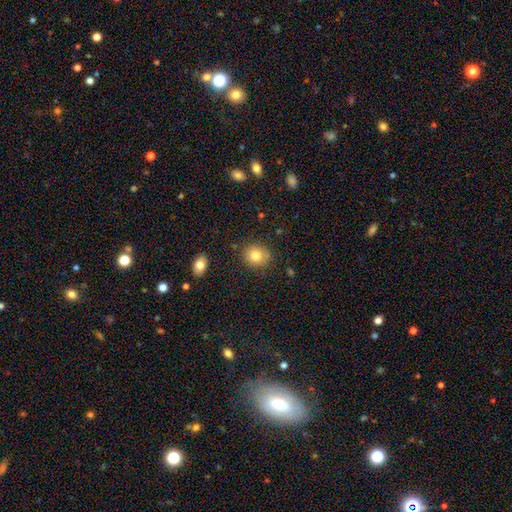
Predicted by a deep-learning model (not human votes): smooth_or_featured: smooth (p=0.81) [alt: star or artifact p=0.10]
how_rounded: round (p=0.78) [alt: in between p=0.21]
merging: none (p=0.83) [alt: minor disturbance p=0.11]